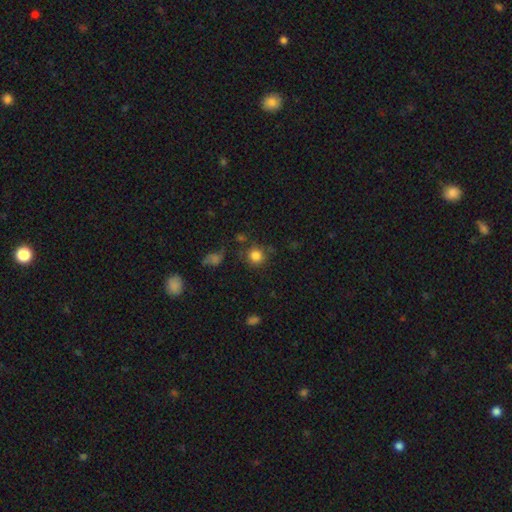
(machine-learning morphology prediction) smooth 82%, star or artifact 11%, featured or disk 7%. Down the decision tree: how rounded — round (91%); merging — none (77%).